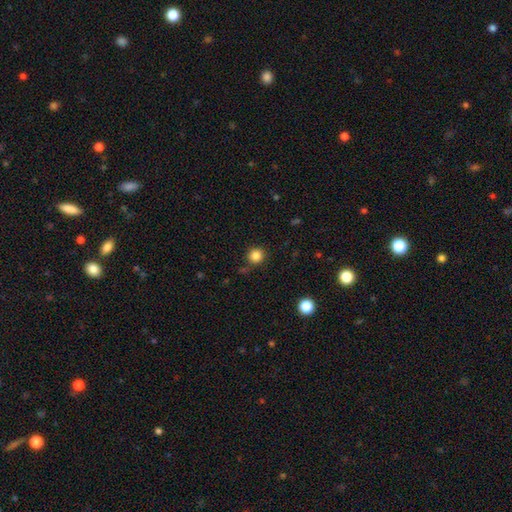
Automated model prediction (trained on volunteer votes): Smooth or featured: smooth — 84% (star or artifact — 12%)
How rounded: round — 93% (in between — 6%)
Merging: none — 85% (minor disturbance — 9%)